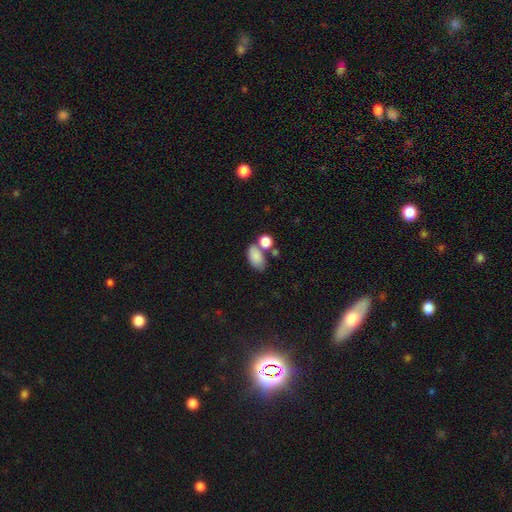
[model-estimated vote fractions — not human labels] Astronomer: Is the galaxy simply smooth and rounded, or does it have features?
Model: smooth — 84%.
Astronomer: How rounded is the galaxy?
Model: in between — 90%.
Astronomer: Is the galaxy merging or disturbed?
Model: none — 51% (runner-up: merger, 28%).